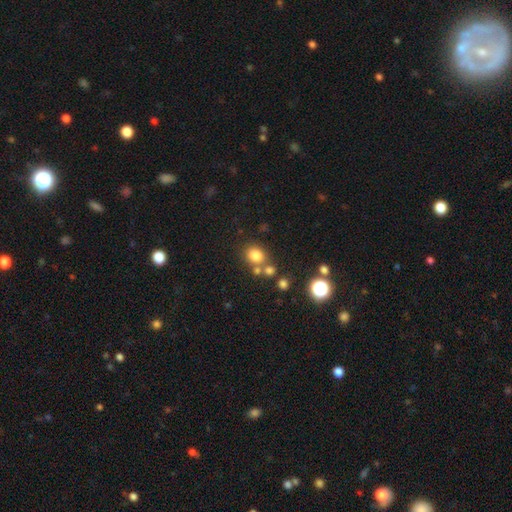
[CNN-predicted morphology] Smooth or featured? smooth (78%)
How rounded? round (64%)
Merging? none (63%)